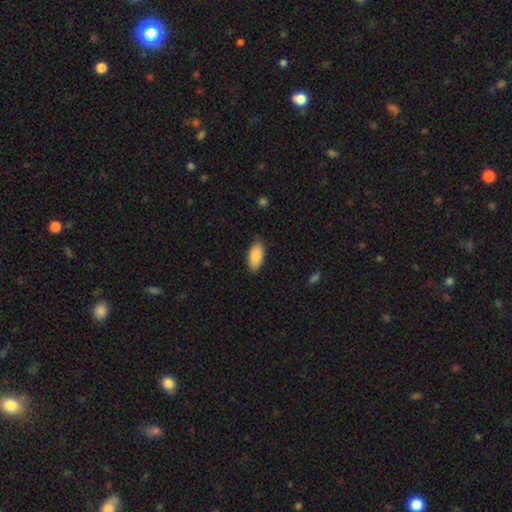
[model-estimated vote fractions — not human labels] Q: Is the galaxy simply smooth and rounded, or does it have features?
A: smooth — 89%.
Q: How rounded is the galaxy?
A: in between — 94%.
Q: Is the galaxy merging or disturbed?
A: none — 84%.